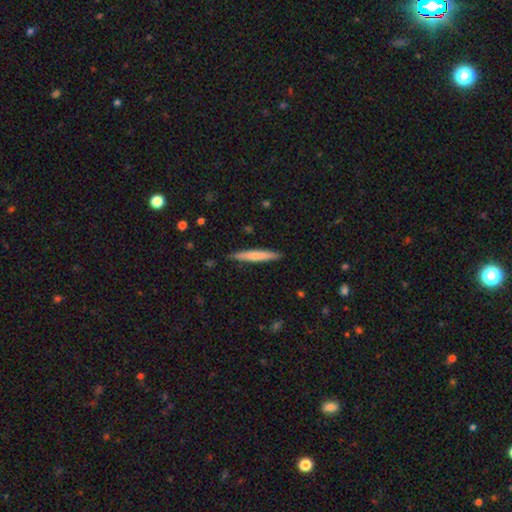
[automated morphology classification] Smooth or featured? Predicted: smooth (p=0.67). How rounded? Predicted: cigar-shaped (p=0.95). Merging? Predicted: none (p=0.88).